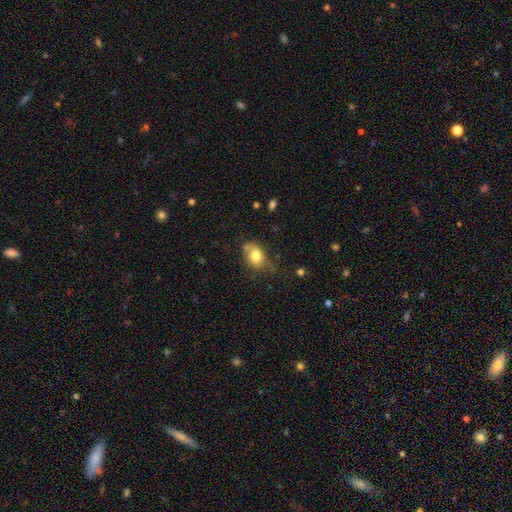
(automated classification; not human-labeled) Smooth or featured: smooth — 75% (featured or disk — 16%)
How rounded: in between — 70% (round — 29%)
Merging: none — 47% (minor disturbance — 34%)